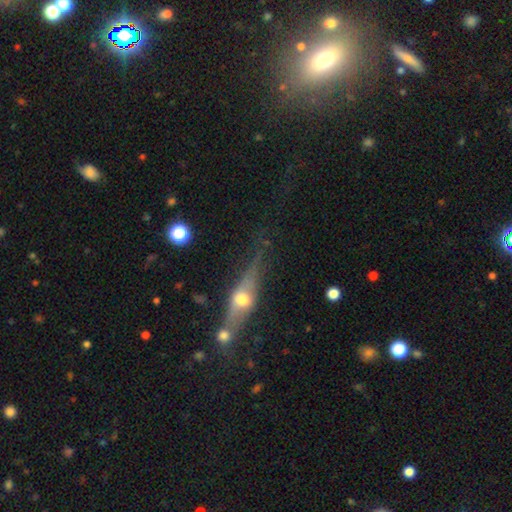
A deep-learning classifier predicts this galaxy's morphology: Smooth or featured? Predicted: featured or disk (p=0.70). Edge-on disk? Predicted: yes (p=0.89). Edge-on bulge? Predicted: rounded (p=0.93). Merging? Predicted: none (p=0.65).